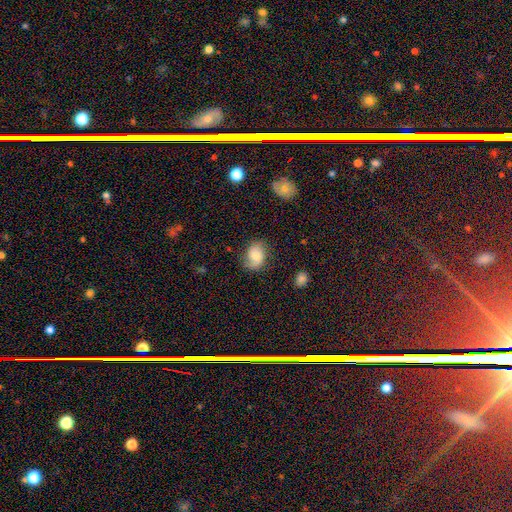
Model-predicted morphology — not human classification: smooth 48%, featured or disk 43%, star or artifact 9%. Down the decision tree: merging — none (69%).